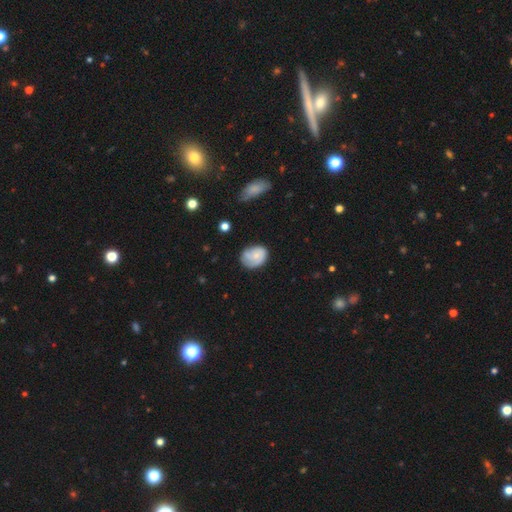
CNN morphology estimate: Smooth or featured?
  - smooth: 55% *
  - featured or disk: 38%
  - star or artifact: 7%
How rounded?
  - in between: 62% *
  - round: 37%
  - cigar-shaped: 1%
Merging?
  - none: 59% *
  - minor disturbance: 30%
  - major disturbance: 9%
  - merger: 3%